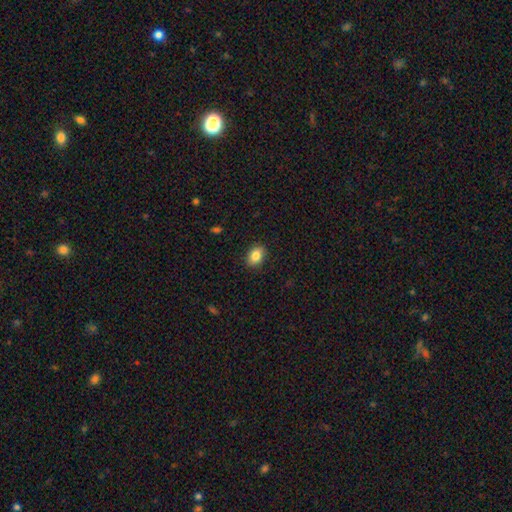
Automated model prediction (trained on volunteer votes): This is clearly a smooth galaxy (85%). How rounded: likely in between (79%). Merging: clearly none (89%).